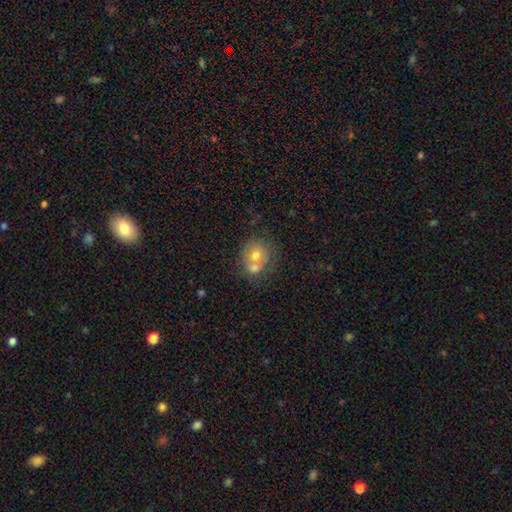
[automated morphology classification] Smooth or featured? smooth (64%)
How rounded? round (75%)
Merging? merger (53%)